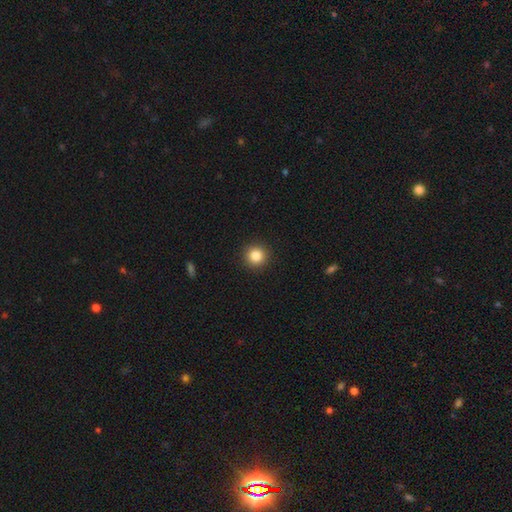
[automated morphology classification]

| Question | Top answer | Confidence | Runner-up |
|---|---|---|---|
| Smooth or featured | smooth | 84% | star or artifact (11%) |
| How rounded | round | 95% | in between (4%) |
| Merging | none | 93% | minor disturbance (5%) |